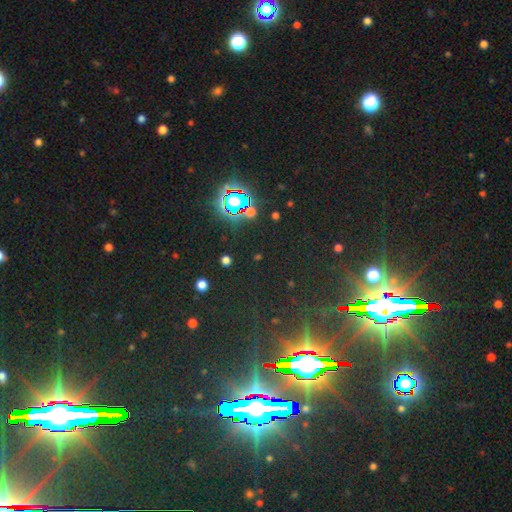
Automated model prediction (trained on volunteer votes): A star or artifact, not a galaxy (85%).

Vote fractions:
- Smooth or featured? star or artifact: 85% / smooth: 8% / featured or disk: 8%